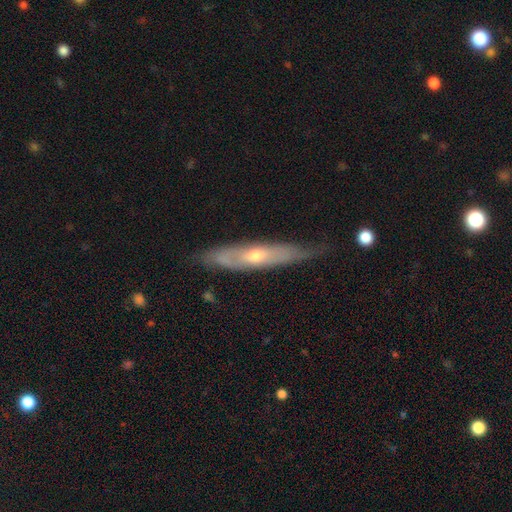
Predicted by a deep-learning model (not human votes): Overall: featured or disk (66%; smooth 28%). Edge-on disk: yes (61%; no 39%). Merging: none (69%).